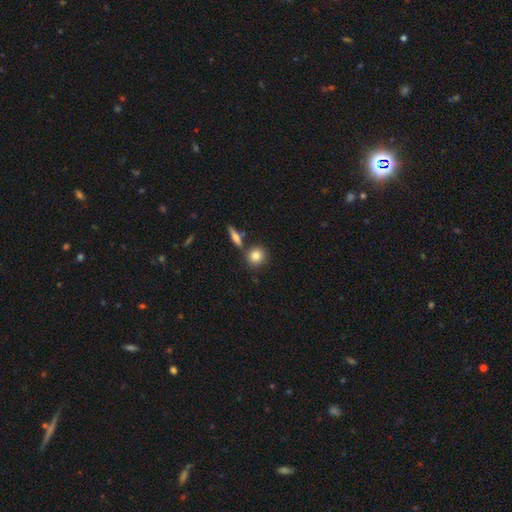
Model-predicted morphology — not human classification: Overall: smooth (82%). How rounded: round (85%). Merging: none (75%).